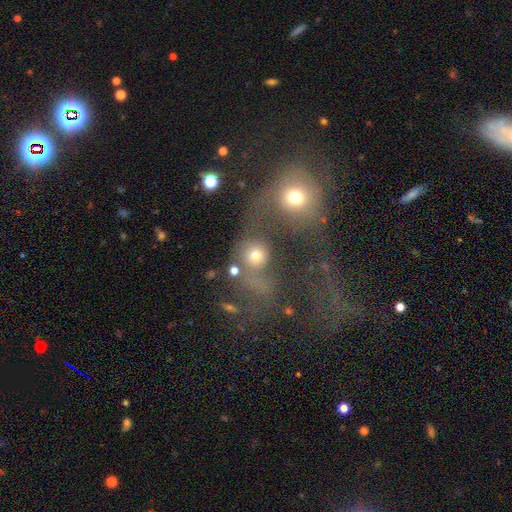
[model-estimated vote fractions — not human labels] smooth-or-featured: smooth: 64% | featured or disk: 19% | star or artifact: 17%
  how-rounded: round: 79% | in between: 19% | cigar-shaped: 2%
  merging: merger: 52% | none: 24% | major disturbance: 15% | minor disturbance: 8%